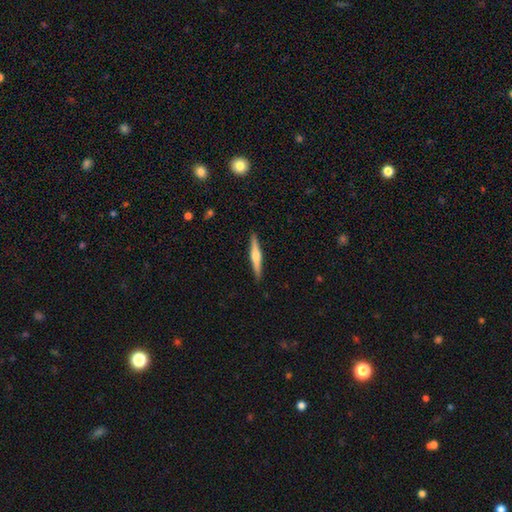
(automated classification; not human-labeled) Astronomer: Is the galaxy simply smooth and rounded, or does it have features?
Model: featured or disk — 61%.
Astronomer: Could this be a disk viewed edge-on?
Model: yes — 98%.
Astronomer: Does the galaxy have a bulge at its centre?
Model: rounded — 83%.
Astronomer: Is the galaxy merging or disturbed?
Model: none — 91%.